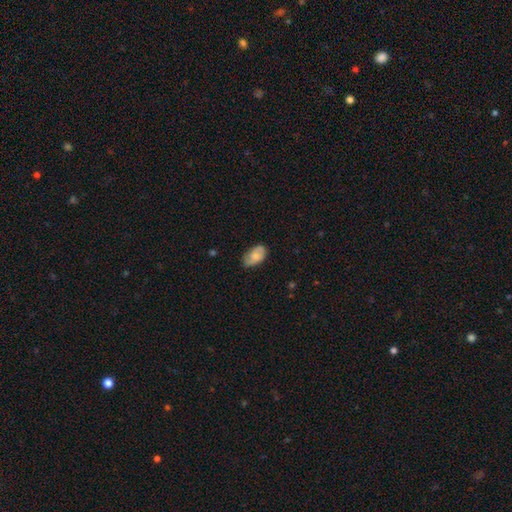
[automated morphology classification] Overall: smooth (70%). How rounded: in between (93%). Merging: none (64%; minor disturbance 29%).